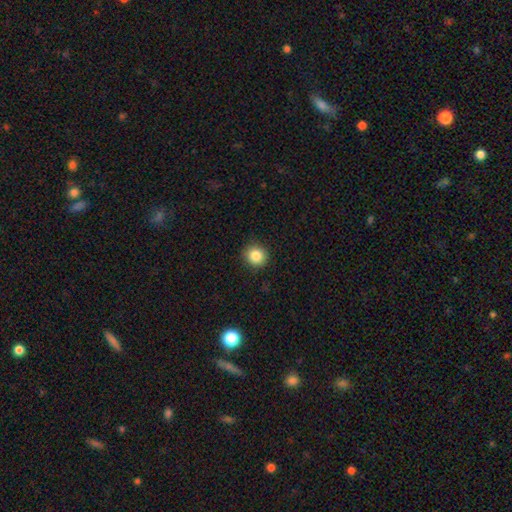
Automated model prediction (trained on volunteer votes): Morphology: type=smooth (85%); roundness=round (89%); merging=none (91%).